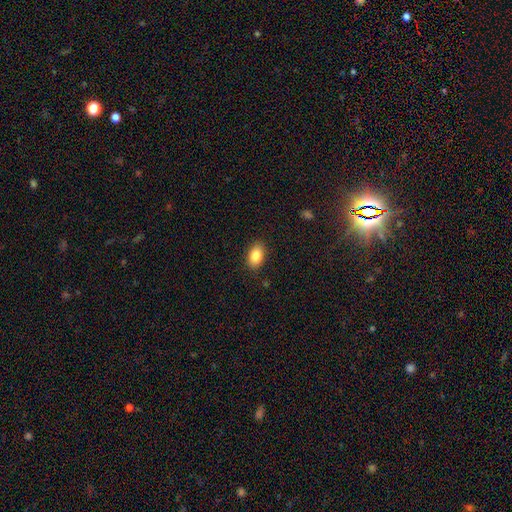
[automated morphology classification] Smooth or featured? Predicted: smooth (p=0.86). How rounded? Predicted: in between (p=0.89). Merging? Predicted: none (p=0.88).